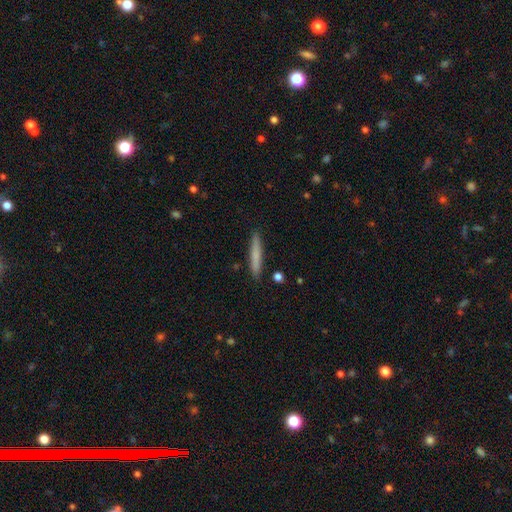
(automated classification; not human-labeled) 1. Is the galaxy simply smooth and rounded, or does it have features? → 70% smooth, 24% featured or disk, 6% star or artifact.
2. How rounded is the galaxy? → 95% cigar-shaped, 3% in between, 1% round.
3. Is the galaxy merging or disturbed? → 90% none, 7% minor disturbance, 2% major disturbance, 1% merger.